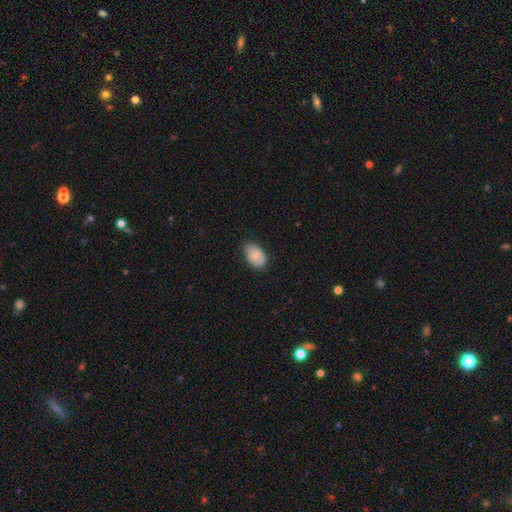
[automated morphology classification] This appears to be a smooth galaxy with no disk features (74%) that is in between round and cigar-shaped (90%). Merging: none (66%).